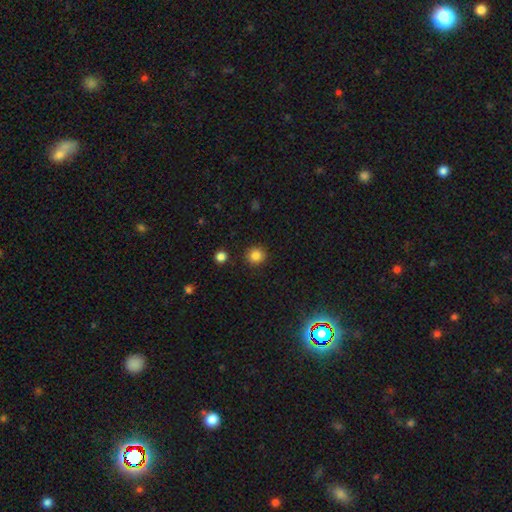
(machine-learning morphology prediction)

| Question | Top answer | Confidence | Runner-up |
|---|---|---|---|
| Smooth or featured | smooth | 84% | star or artifact (12%) |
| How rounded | round | 91% | in between (8%) |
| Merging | none | 91% | minor disturbance (6%) |